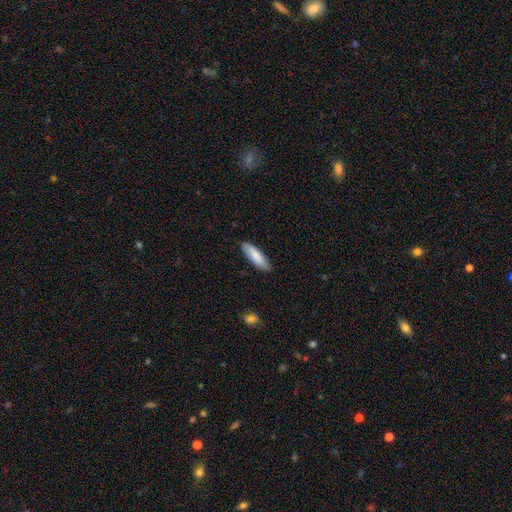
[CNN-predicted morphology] Smooth or featured? Predicted: smooth (p=0.85). How rounded? Predicted: cigar-shaped (p=0.60). Merging? Predicted: none (p=0.86).